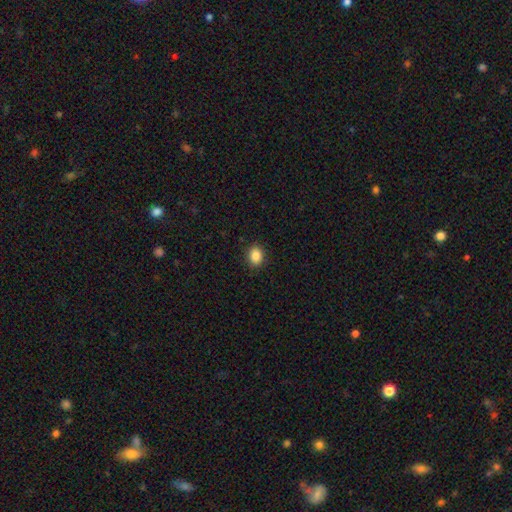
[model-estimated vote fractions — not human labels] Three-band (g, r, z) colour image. It shows a smooth galaxy with no disk features (87%) that is in between round and cigar-shaped (58%). Merging: none (90%).